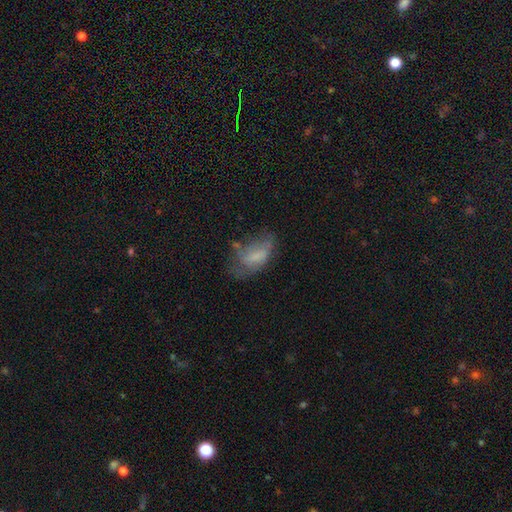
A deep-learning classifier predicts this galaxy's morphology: smooth_or_featured: smooth (p=0.54) [alt: featured or disk p=0.36]
how_rounded: in between (p=0.90) [alt: round p=0.05]
merging: none (p=0.37) [alt: minor disturbance p=0.30]